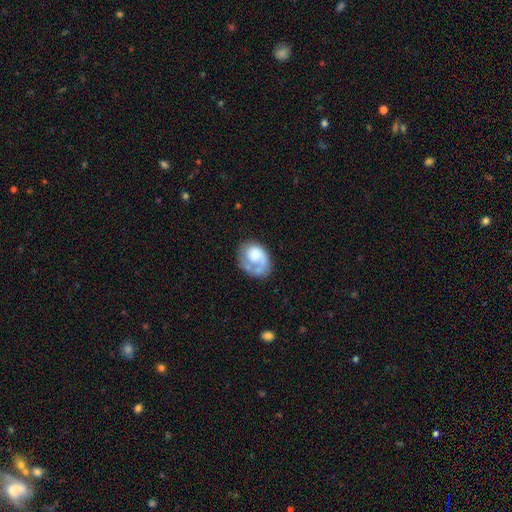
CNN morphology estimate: The model was most divided on "smooth or featured" (2-way tie): featured or disk: 47%, smooth: 47%, star or artifact: 6%. Remaining: merging — none (48%).